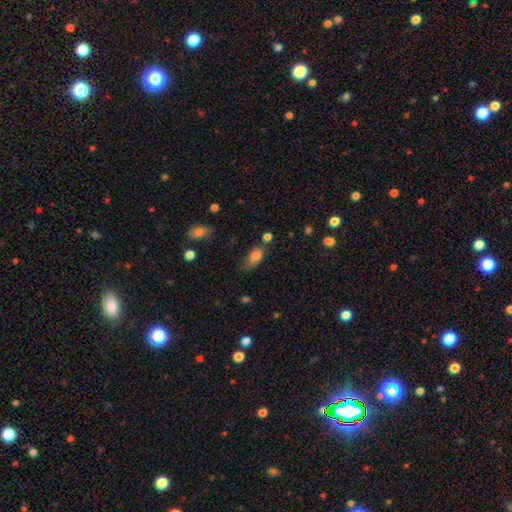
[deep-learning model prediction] smooth_or_featured: smooth (p=0.81) [alt: featured or disk p=0.10]
how_rounded: in between (p=0.88) [alt: round p=0.09]
merging: none (p=0.52) [alt: minor disturbance p=0.31]